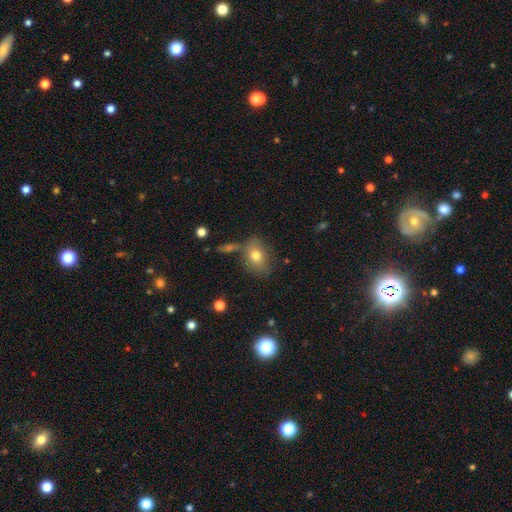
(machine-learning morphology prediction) Smooth or featured: smooth — 75% (featured or disk — 15%)
How rounded: in between — 69% (round — 29%)
Merging: none — 69% (minor disturbance — 16%)